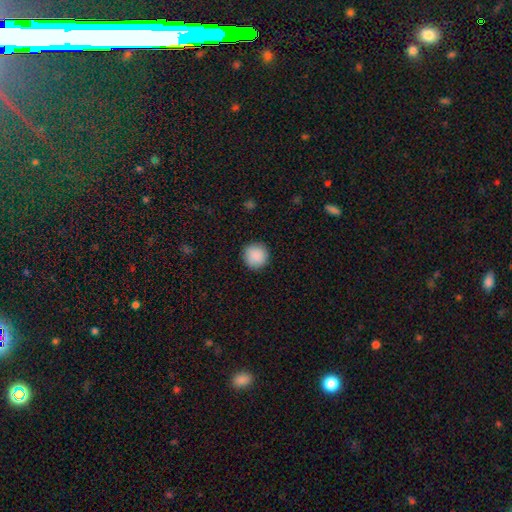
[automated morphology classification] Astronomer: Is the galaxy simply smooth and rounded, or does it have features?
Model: smooth — 90%.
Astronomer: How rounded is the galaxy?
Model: round — 95%.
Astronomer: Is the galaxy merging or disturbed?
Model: none — 91%.